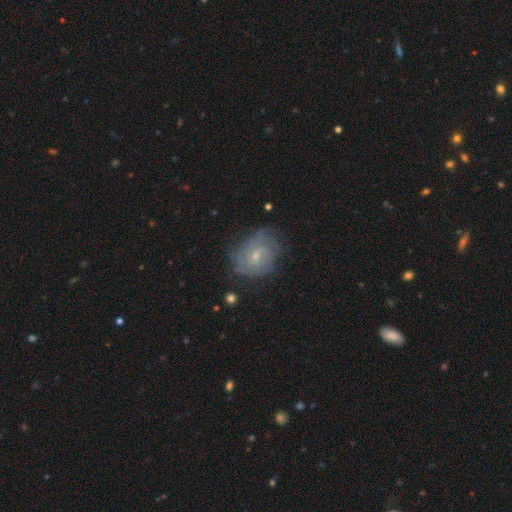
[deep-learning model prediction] This is likely a featured or disk galaxy (67%). It is clearly not viewed edge-on (97%). Bar: possibly weak (48%). Spiral arm pattern: clearly yes (82%). Spiral arm count: possibly can't tell (57%). Spiral winding: possibly tight (57%). Central bulge: likely small (67%). Merging: likely none (63%).